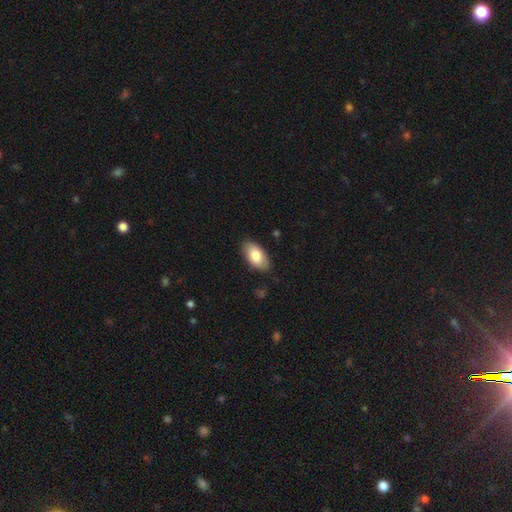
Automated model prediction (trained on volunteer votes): Smooth or featured?
  - smooth: 82% *
  - featured or disk: 12%
  - star or artifact: 6%
How rounded?
  - in between: 94% *
  - round: 3%
  - cigar-shaped: 3%
Merging?
  - none: 85% *
  - minor disturbance: 12%
  - major disturbance: 2%
  - merger: 1%